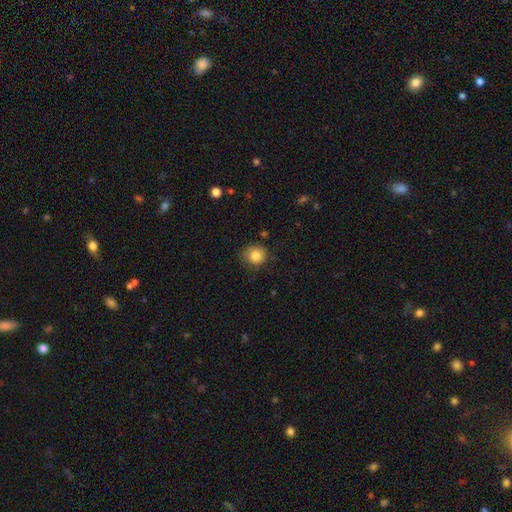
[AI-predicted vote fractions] A smooth galaxy with no disk features (84%) that is round (87%). Merging: none (77%).